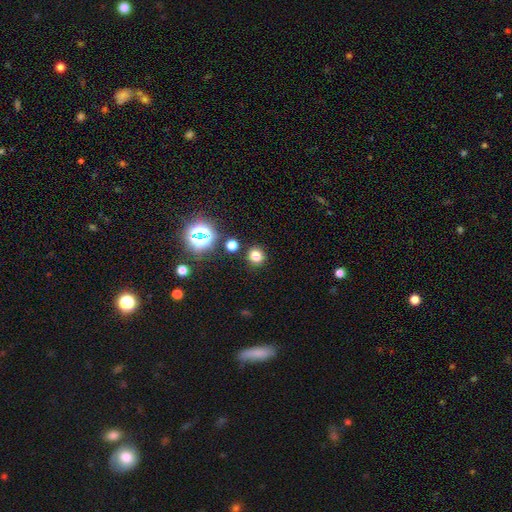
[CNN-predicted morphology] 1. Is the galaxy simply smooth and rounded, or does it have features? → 75% smooth, 20% star or artifact, 6% featured or disk.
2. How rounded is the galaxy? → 87% round, 12% in between, 1% cigar-shaped.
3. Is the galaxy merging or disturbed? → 88% none, 6% minor disturbance, 3% merger, 3% major disturbance.